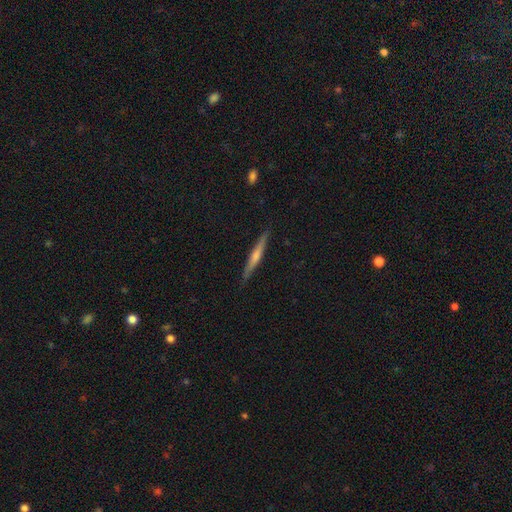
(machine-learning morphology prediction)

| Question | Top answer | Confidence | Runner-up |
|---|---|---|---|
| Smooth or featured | featured or disk | 62% | smooth (32%) |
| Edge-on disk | yes | 97% | no (3%) |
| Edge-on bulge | rounded | 68% | none (23%) |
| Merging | none | 90% | minor disturbance (8%) |